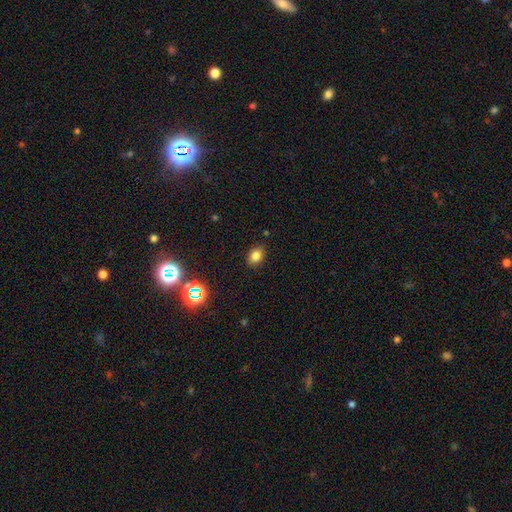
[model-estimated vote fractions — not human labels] Smooth or featured? smooth (80%)
How rounded? in between (70%)
Merging? none (87%)